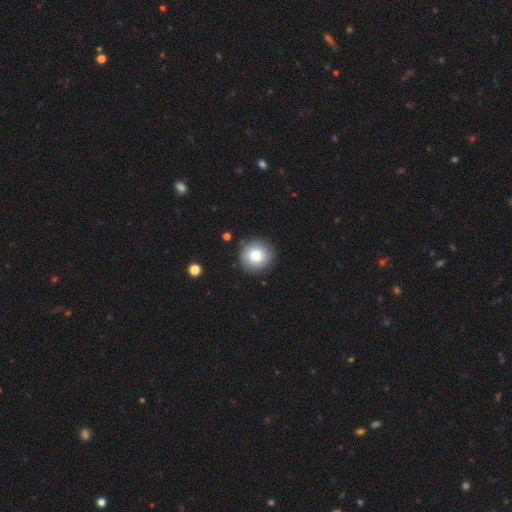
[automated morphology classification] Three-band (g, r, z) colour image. It shows a smooth galaxy with no disk features (79%) that is round (95%). Merging: none (89%).